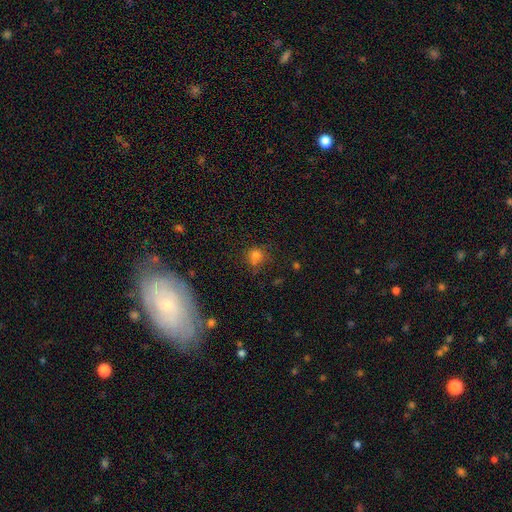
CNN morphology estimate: smooth_or_featured: smooth (p=0.74) [alt: star or artifact p=0.18]
how_rounded: round (p=0.82) [alt: in between p=0.16]
merging: none (p=0.64) [alt: minor disturbance p=0.18]